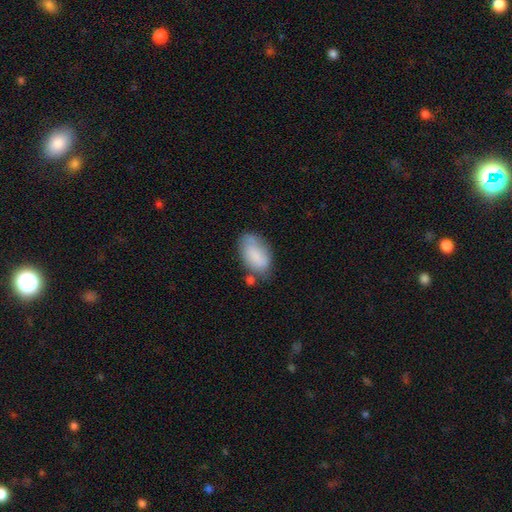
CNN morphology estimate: A smooth galaxy with no disk features (80%) that is in between round and cigar-shaped (93%). Merging: none (55%).